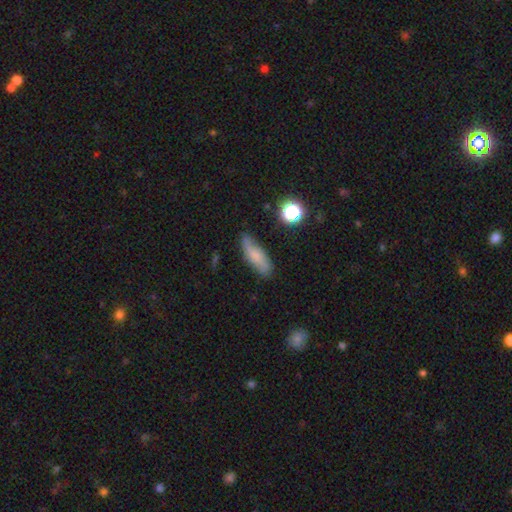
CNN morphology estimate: A smooth galaxy with no disk features (66%) that is in between round and cigar-shaped (54%).

Vote fractions:
- Smooth or featured? smooth: 66% / featured or disk: 24% / star or artifact: 10%
- How rounded? in between: 54% / cigar-shaped: 42% / round: 4%
- Merging? none: 72% / minor disturbance: 21% / major disturbance: 4% / merger: 2%